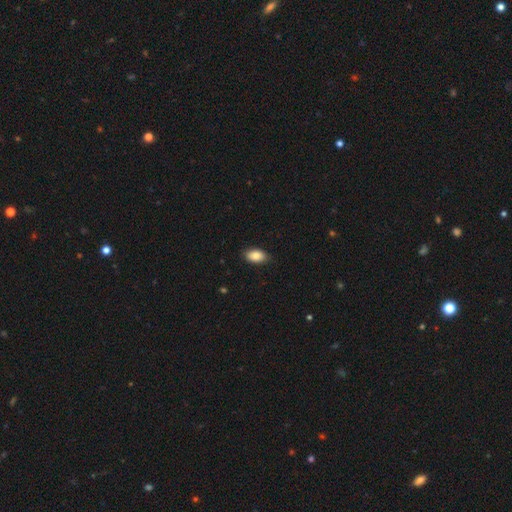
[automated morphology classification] smooth-or-featured: smooth: 86% | star or artifact: 7% | featured or disk: 6%
  how-rounded: in between: 92% | round: 6% | cigar-shaped: 2%
  merging: none: 86% | minor disturbance: 11% | major disturbance: 2% | merger: 1%